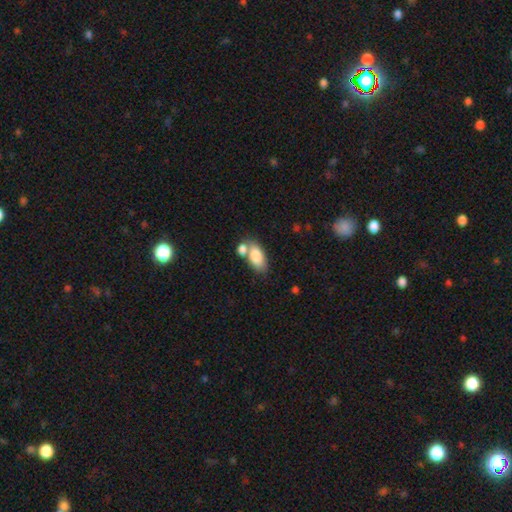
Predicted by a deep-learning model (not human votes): Morphology: type=smooth (81%); roundness=in between (91%); merging=none (45%).